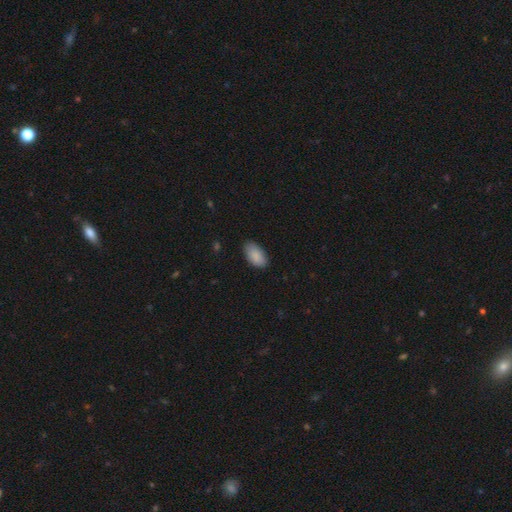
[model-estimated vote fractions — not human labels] Overall: smooth (89%). How rounded: in between (95%). Merging: none (81%).